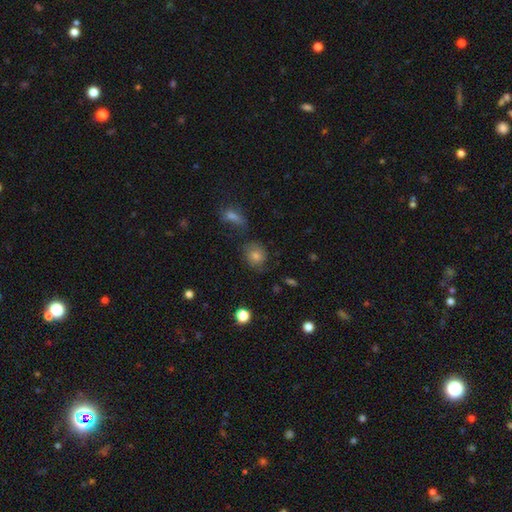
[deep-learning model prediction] smooth_or_featured: smooth (p=0.61) [alt: featured or disk p=0.22]
how_rounded: round (p=0.75) [alt: in between p=0.24]
merging: none (p=0.70) [alt: minor disturbance p=0.16]